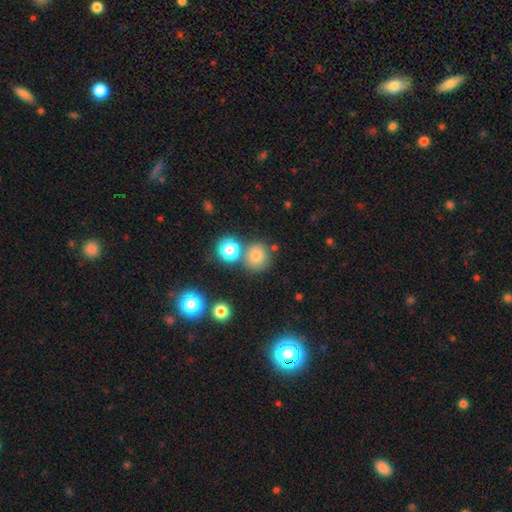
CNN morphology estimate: smooth 78%, star or artifact 14%, featured or disk 8%. Down the decision tree: how rounded — round (87%); merging — none (63%).